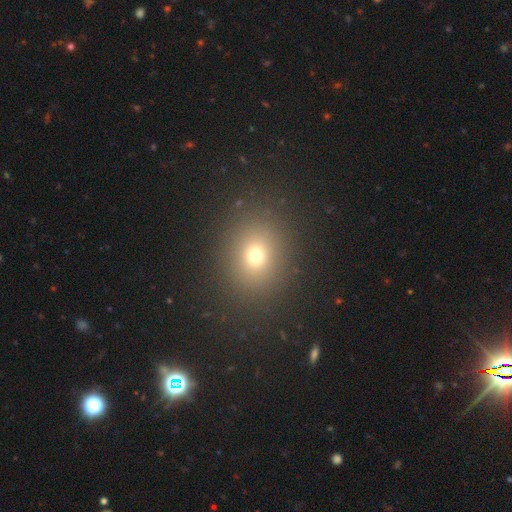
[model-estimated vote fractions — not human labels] Morphology: type=smooth (70%); roundness=round (67%); merging=none (88%).